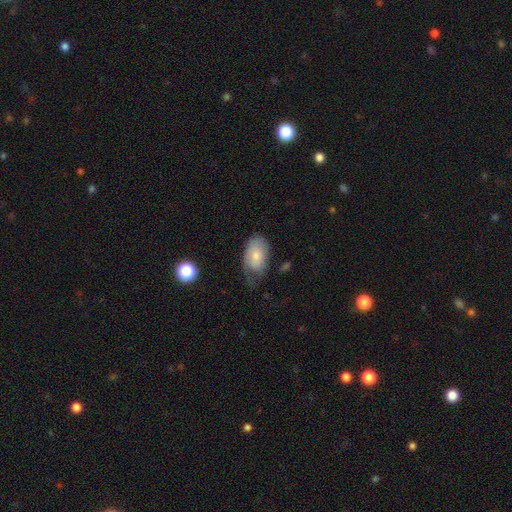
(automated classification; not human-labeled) Smooth or featured: smooth — 68% (featured or disk — 25%)
How rounded: in between — 91% (round — 7%)
Merging: minor disturbance — 38% (none — 36%)